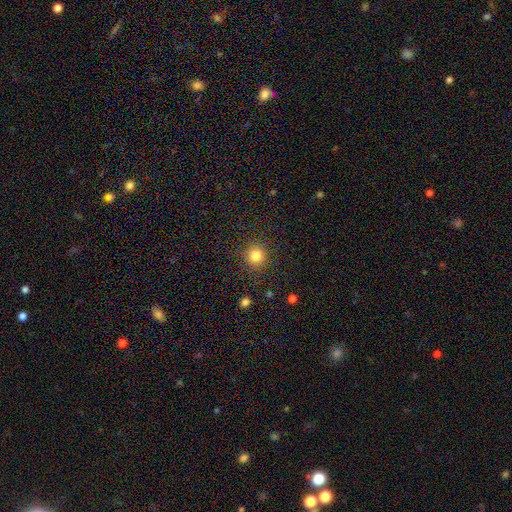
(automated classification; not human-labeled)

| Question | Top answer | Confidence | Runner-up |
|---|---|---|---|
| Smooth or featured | smooth | 82% | star or artifact (13%) |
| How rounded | round | 92% | in between (7%) |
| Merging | none | 89% | minor disturbance (7%) |